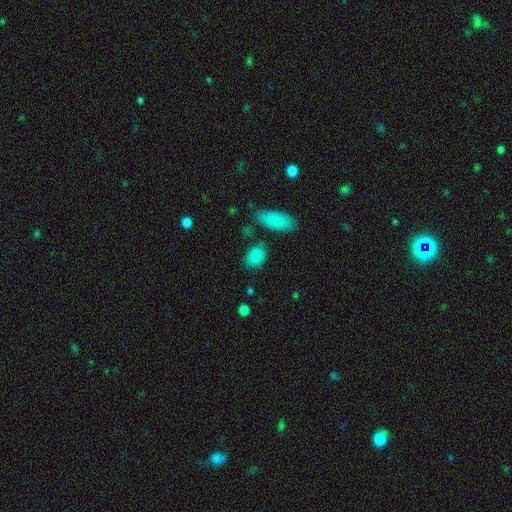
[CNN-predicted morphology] The model was most divided on "how rounded": in between: 73%, round: 24%, cigar-shaped: 2%. More confident: smooth or featured — smooth (86%); merging — none (72%).